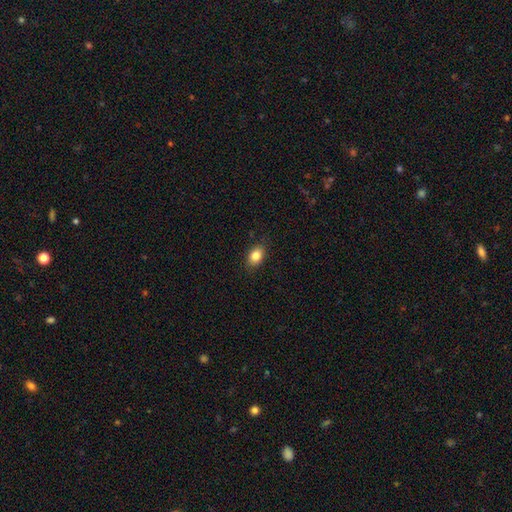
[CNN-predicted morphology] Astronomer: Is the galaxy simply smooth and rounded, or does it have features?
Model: smooth — 85%.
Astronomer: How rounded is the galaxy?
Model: in between — 79%.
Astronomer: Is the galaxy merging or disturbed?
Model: none — 87%.